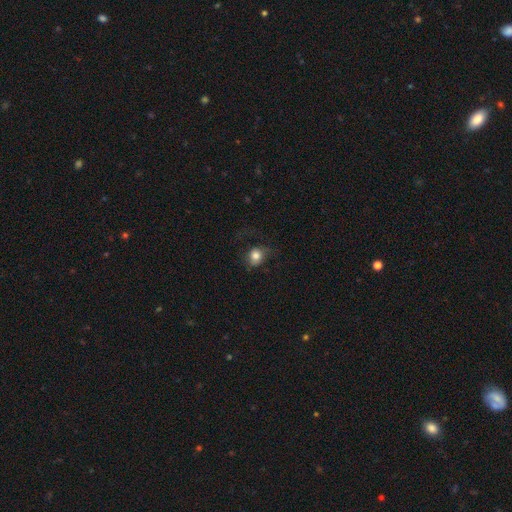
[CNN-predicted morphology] This is likely a smooth galaxy (79%). How rounded: likely round (69%). Merging: possibly none (56%).